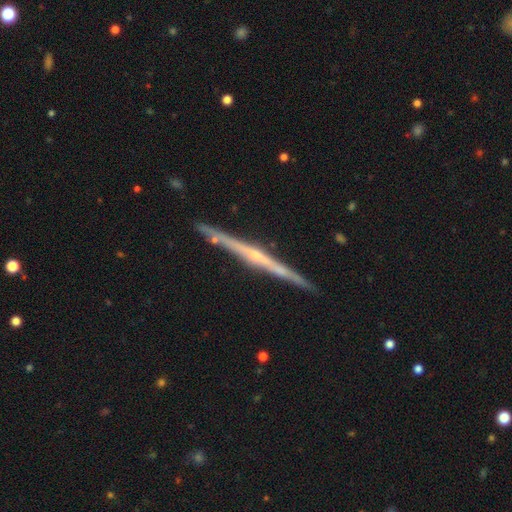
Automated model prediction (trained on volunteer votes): smooth_or_featured: featured or disk (p=0.81) [alt: smooth p=0.13]
disk_edge_on: yes (p=0.98) [alt: no p=0.02]
edge_on_bulge: rounded (p=0.52) [alt: none p=0.39]
merging: none (p=0.88) [alt: minor disturbance p=0.09]